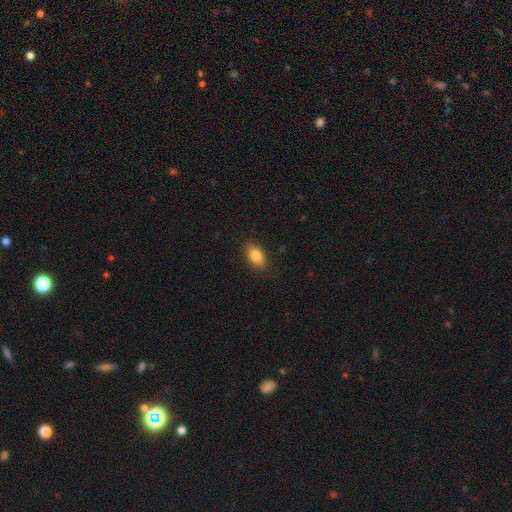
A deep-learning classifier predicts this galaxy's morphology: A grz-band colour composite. It shows a smooth galaxy with no disk features (84%) that is in between round and cigar-shaped (89%). Merging: none (87%).